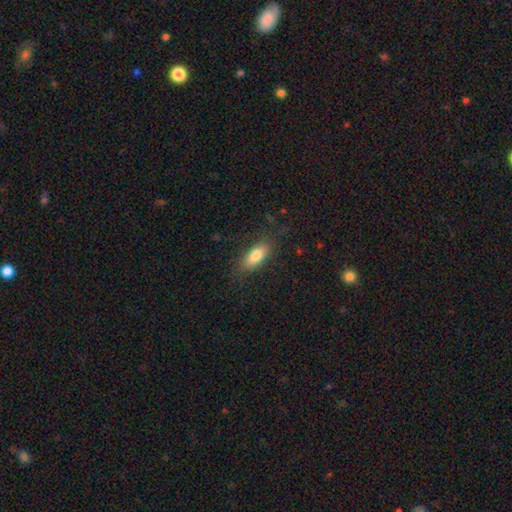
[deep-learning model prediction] Smooth or featured? Predicted: smooth (p=0.79). How rounded? Predicted: in between (p=0.81). Merging? Predicted: none (p=0.80).